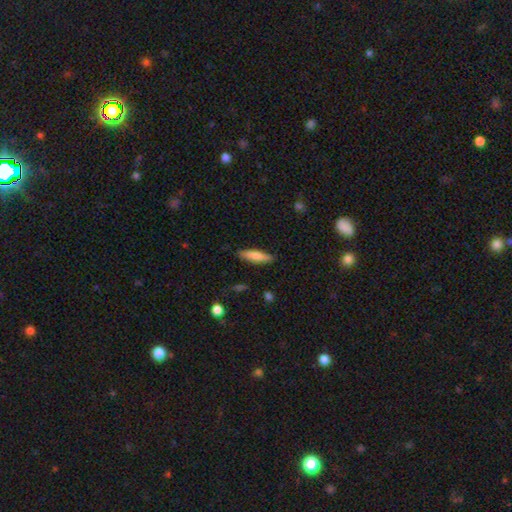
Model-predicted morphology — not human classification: A smooth galaxy with no disk features (78%) that is cigar-shaped (71%).

Vote fractions:
- Smooth or featured? smooth: 78% / featured or disk: 16% / star or artifact: 6%
- How rounded? cigar-shaped: 71% / in between: 27% / round: 2%
- Merging? none: 87% / minor disturbance: 10% / major disturbance: 2% / merger: 1%